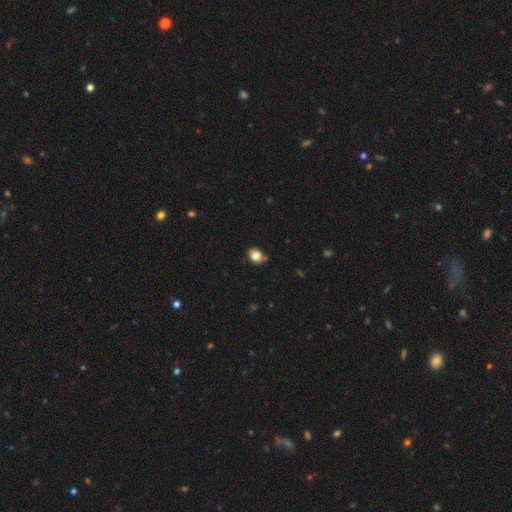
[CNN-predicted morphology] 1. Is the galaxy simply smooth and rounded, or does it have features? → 82% smooth, 10% star or artifact, 7% featured or disk.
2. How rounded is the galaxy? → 64% round, 35% in between, 1% cigar-shaped.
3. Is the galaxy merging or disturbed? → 78% none, 15% minor disturbance, 4% merger, 3% major disturbance.